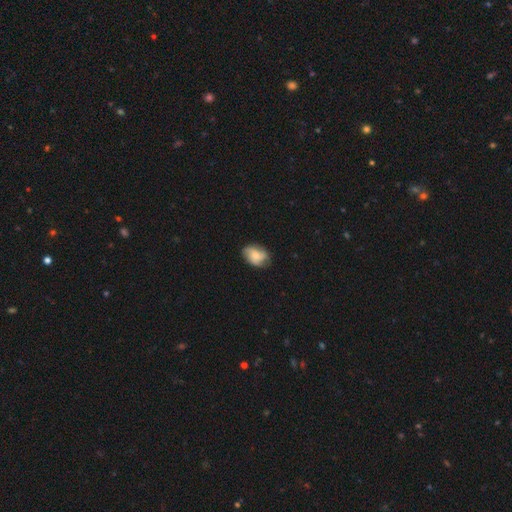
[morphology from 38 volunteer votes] Q: Smooth or featured?
A: smooth (61%); runner-up: featured or disk (37%)
Q: How rounded?
A: in between (87%); runner-up: round (13%)
Q: Merging?
A: none (73%); runner-up: minor disturbance (22%)